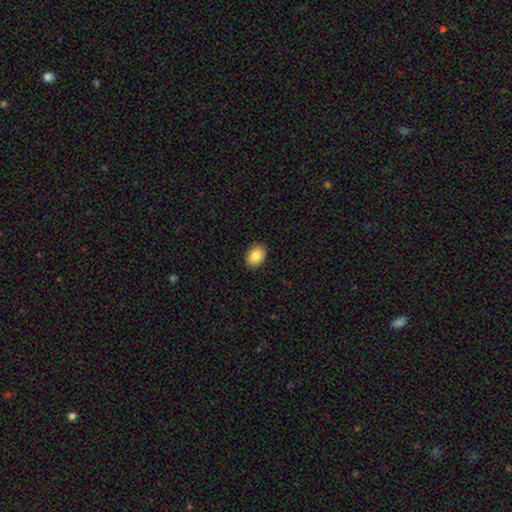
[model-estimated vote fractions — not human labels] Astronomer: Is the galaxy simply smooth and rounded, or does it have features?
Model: smooth — 85%.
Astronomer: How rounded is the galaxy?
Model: in between — 69%.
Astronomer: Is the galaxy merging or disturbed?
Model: none — 91%.